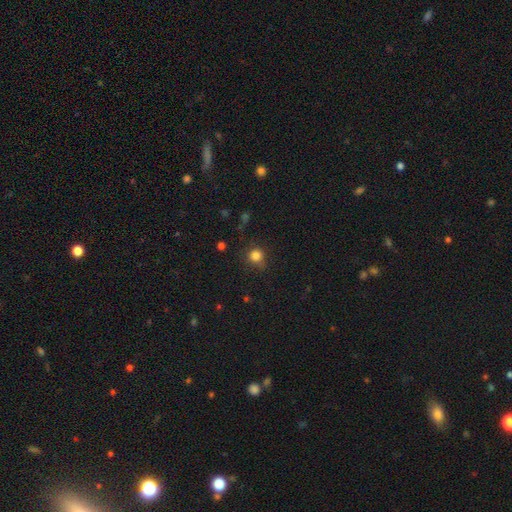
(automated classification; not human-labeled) Smooth or featured: smooth — 82% (star or artifact — 13%)
How rounded: round — 91% (in between — 8%)
Merging: none — 77% (minor disturbance — 16%)